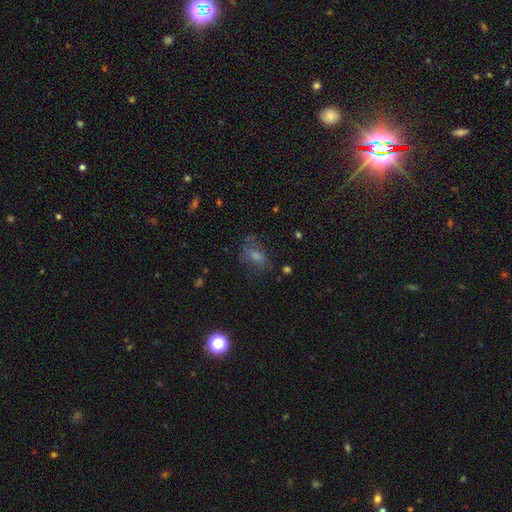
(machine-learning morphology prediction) A smooth galaxy with no disk features (59%) that is in between round and cigar-shaped (81%). Merging: none (52%).